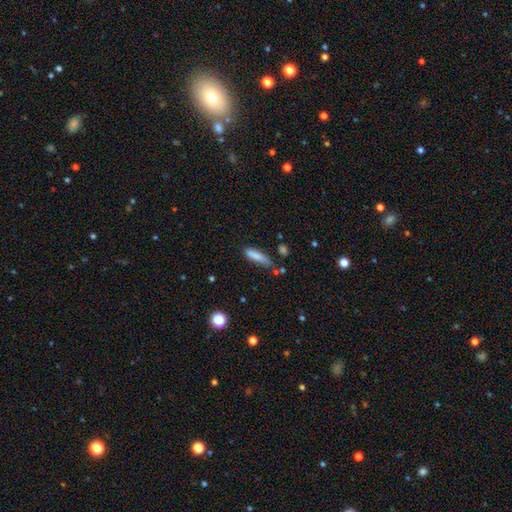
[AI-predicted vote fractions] Smooth or featured? smooth (82%)
How rounded? cigar-shaped (71%)
Merging? none (59%)